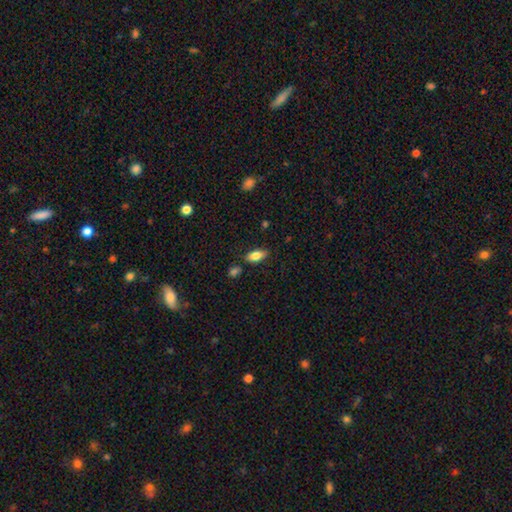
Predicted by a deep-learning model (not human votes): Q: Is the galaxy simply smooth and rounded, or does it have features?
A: smooth — 77%.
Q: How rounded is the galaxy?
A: in between — 85%.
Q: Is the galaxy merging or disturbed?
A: none — 81%.